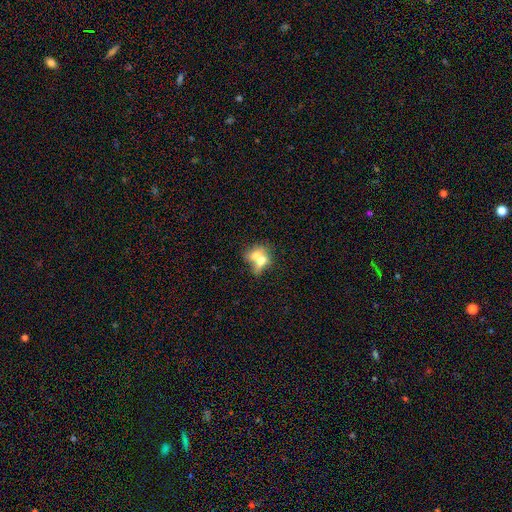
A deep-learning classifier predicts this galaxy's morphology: A smooth galaxy with no disk features (62%) that is in between round and cigar-shaped (55%). Merging: merger (70%).